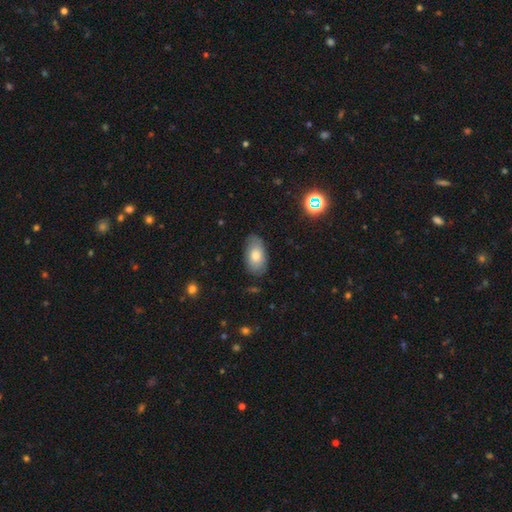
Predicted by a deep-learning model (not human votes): smooth-or-featured: smooth: 76% | featured or disk: 17% | star or artifact: 7%
  how-rounded: in between: 93% | round: 5% | cigar-shaped: 2%
  merging: none: 78% | minor disturbance: 18% | major disturbance: 3% | merger: 1%